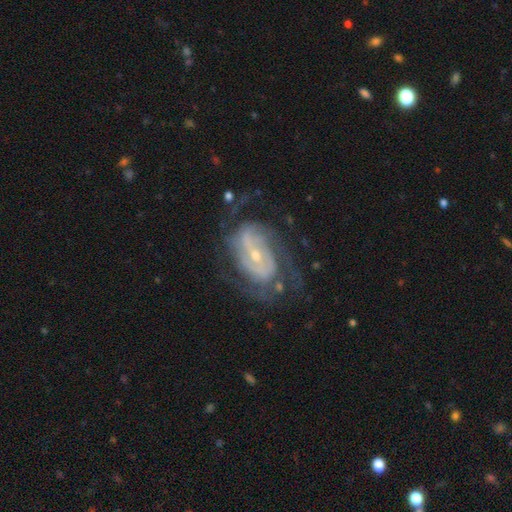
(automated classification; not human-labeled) A featured or disk galaxy (85%) with a weak bar (41%), 2 (41%) tight (50%) spiral arms (91%) and a small central bulge (67%). Merging: none (59%).